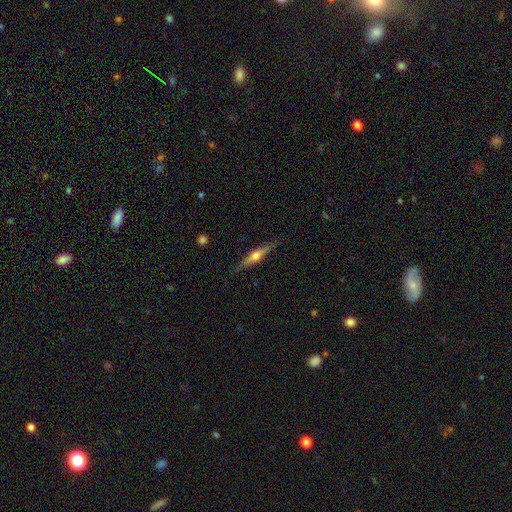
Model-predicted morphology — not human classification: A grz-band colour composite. It shows a featured or disk galaxy (67%) viewed edge-on (97%) with a rounded central bulge (90%). Merging: none (85%).